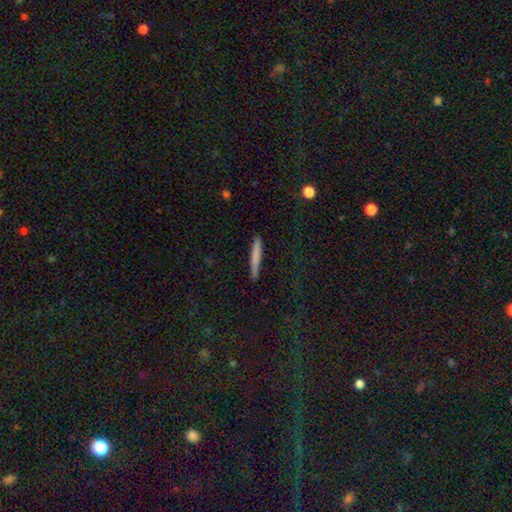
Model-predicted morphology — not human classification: This is likely a smooth galaxy (73%). How rounded: clearly cigar-shaped (96%). Merging: clearly none (89%).